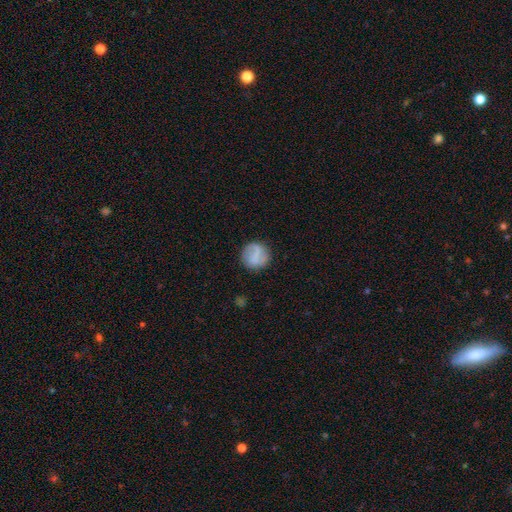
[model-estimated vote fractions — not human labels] smooth_or_featured: smooth (p=0.65) [alt: featured or disk p=0.27]
how_rounded: round (p=0.90) [alt: in between p=0.09]
merging: none (p=0.83) [alt: minor disturbance p=0.11]